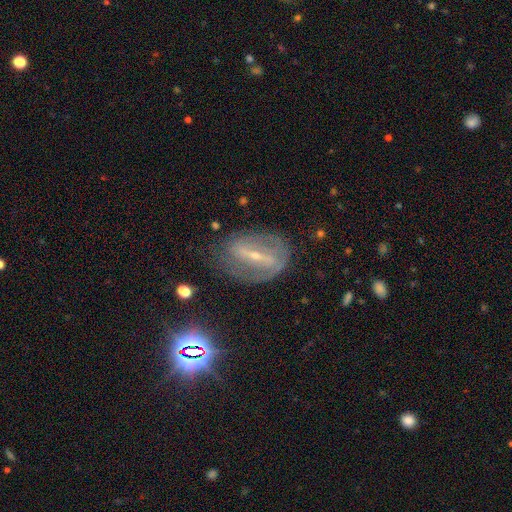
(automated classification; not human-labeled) The model was most divided on "spiral arms": yes: 66%, no: 34%. More confident: edge-on disk — no (87%); smooth or featured — featured or disk (74%); bulge size — small (72%); bar — strong (68%); merging — none (63%).